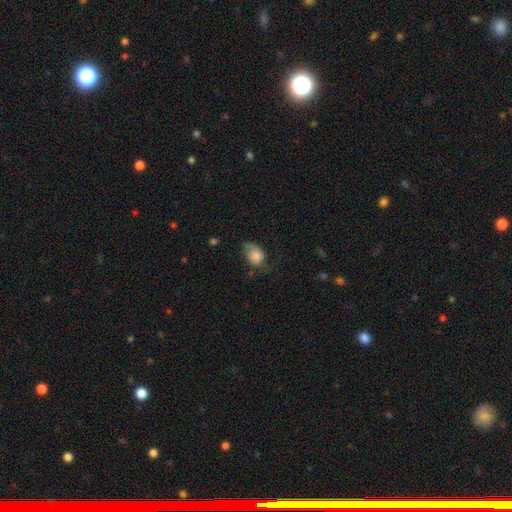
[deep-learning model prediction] Smooth or featured? smooth (75%)
How rounded? in between (71%)
Merging? none (39%)